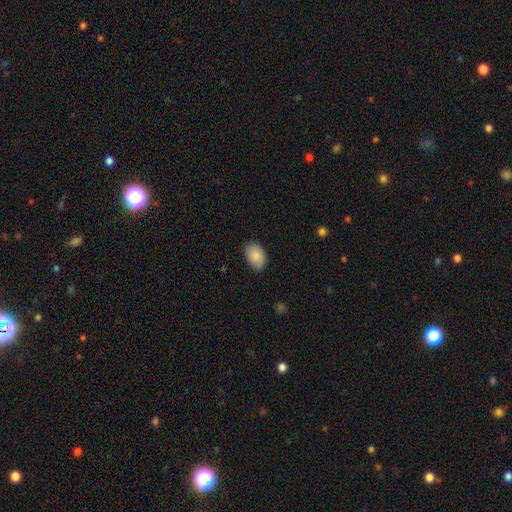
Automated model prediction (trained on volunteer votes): Smooth or featured? smooth (87%)
How rounded? in between (90%)
Merging? none (83%)